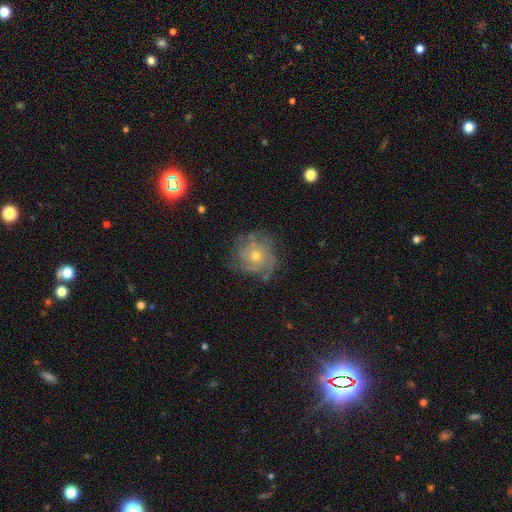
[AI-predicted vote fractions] featured or disk 67%, smooth 22%, star or artifact 11%. Down the decision tree: edge-on disk — no (97%); bar — no (84%); spiral arms — yes (81%); spiral arm count — can't tell (46%); spiral winding — tight (59%); bulge size — moderate (53%); merging — none (70%).